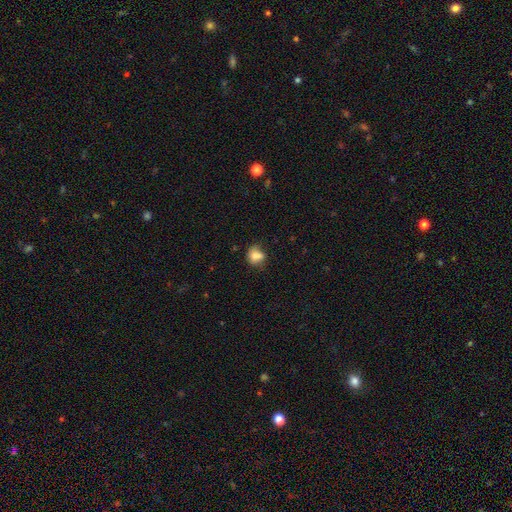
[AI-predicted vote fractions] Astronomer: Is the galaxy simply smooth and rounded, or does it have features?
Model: smooth — 78%.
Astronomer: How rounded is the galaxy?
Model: round — 60% (runner-up: in between, 39%).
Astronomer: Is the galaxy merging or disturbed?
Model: none — 46% (runner-up: minor disturbance, 28%).